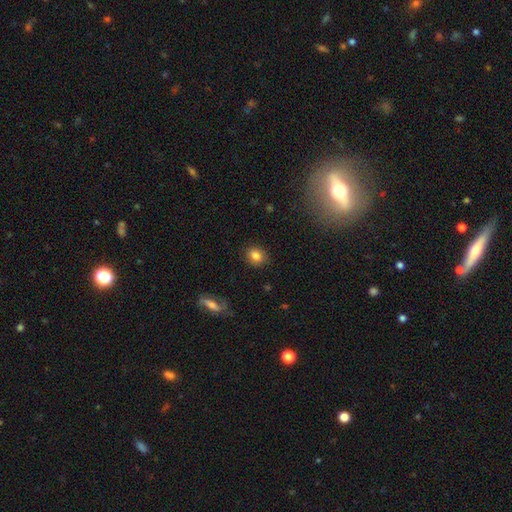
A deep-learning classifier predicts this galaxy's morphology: type=smooth (82%); roundness=round (66%); merging=none (88%).